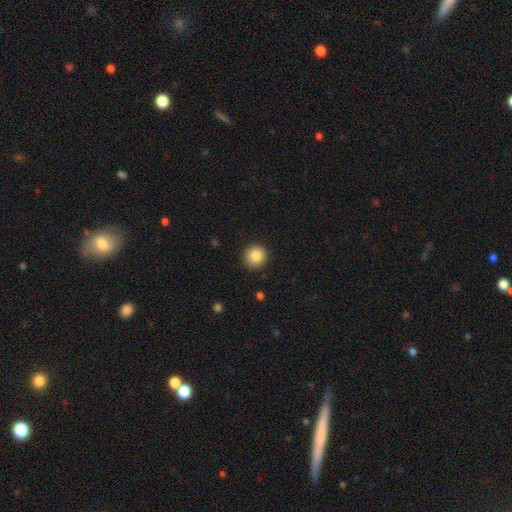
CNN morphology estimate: Smooth or featured? smooth (86%)
How rounded? round (93%)
Merging? none (90%)